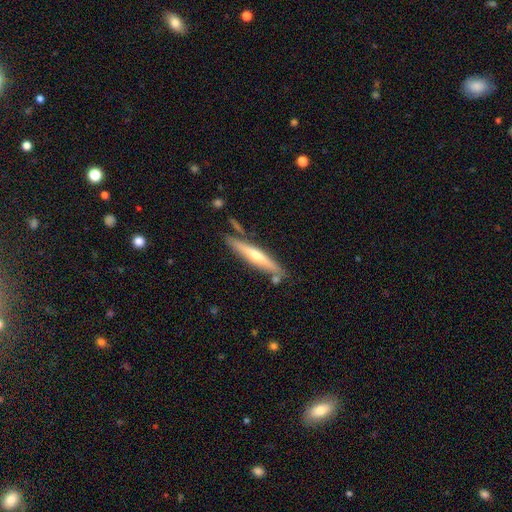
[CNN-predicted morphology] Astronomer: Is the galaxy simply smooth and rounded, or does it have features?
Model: featured or disk — 63%.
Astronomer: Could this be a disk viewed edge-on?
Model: yes — 94%.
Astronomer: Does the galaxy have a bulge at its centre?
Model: rounded — 85%.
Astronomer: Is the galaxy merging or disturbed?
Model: none — 80%.